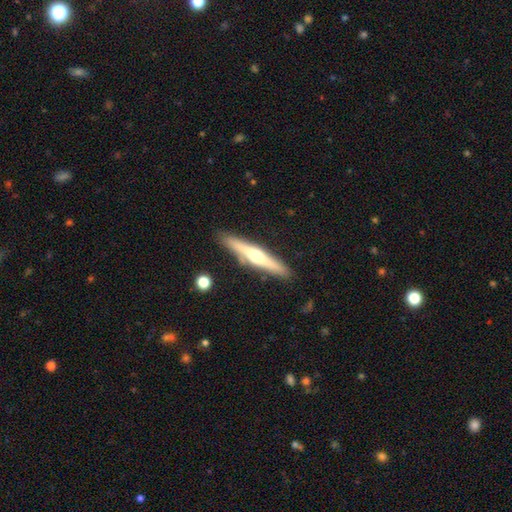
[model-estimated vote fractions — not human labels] A featured or disk galaxy (61%) viewed edge-on (96%) with a rounded central bulge (87%).

Vote fractions:
- Smooth or featured? featured or disk: 61% / smooth: 33% / star or artifact: 6%
- Edge-on disk? yes: 96% / no: 4%
- Edge-on bulge? rounded: 87% / none: 7% / boxy: 5%
- Merging? none: 86% / minor disturbance: 10% / merger: 3% / major disturbance: 2%